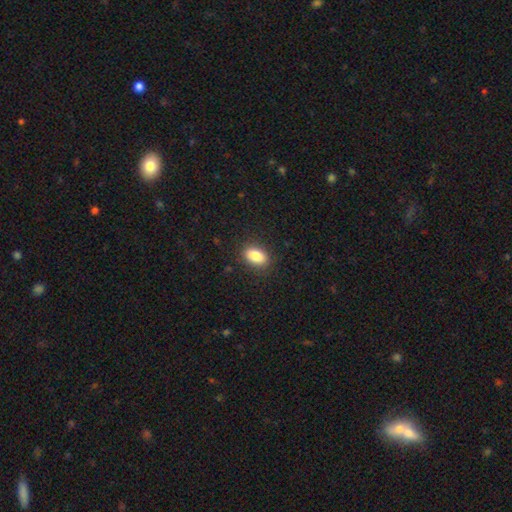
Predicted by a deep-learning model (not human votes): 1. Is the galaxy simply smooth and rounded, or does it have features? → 86% smooth, 8% star or artifact, 6% featured or disk.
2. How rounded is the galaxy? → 88% in between, 9% round, 3% cigar-shaped.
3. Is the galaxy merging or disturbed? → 87% none, 9% minor disturbance, 3% major disturbance, 1% merger.